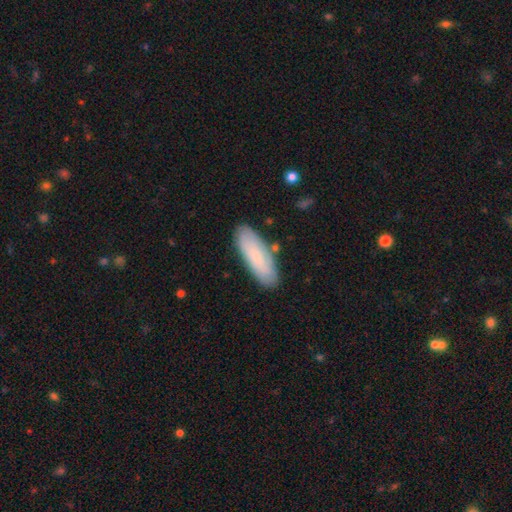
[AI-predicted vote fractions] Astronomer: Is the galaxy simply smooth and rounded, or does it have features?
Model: smooth — 70%.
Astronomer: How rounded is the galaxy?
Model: in between — 61% (runner-up: cigar-shaped, 38%).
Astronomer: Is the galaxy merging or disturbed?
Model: none — 84%.